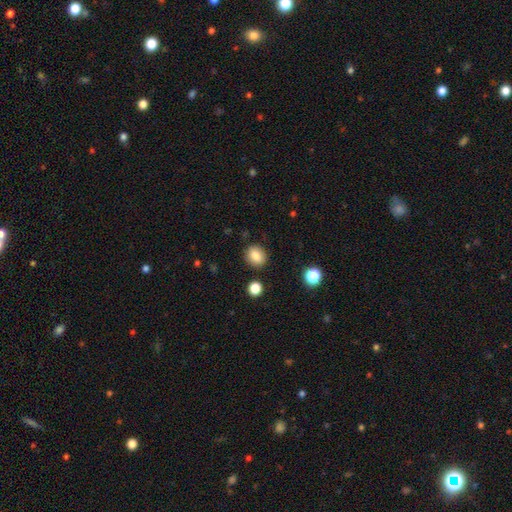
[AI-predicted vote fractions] smooth_or_featured: smooth (p=0.84) [alt: star or artifact p=0.10]
how_rounded: round (p=0.57) [alt: in between p=0.42]
merging: none (p=0.86) [alt: minor disturbance p=0.09]